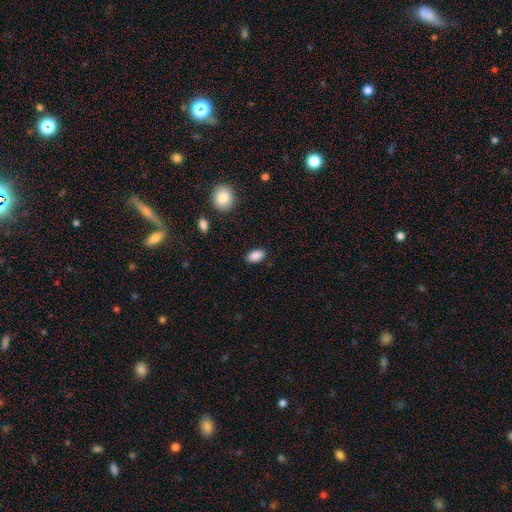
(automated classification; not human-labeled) A smooth galaxy with no disk features (89%) that is in between round and cigar-shaped (92%).

Vote fractions:
- Smooth or featured? smooth: 89% / star or artifact: 7% / featured or disk: 4%
- How rounded? in between: 92% / round: 5% / cigar-shaped: 3%
- Merging? none: 87% / minor disturbance: 9% / major disturbance: 2% / merger: 1%